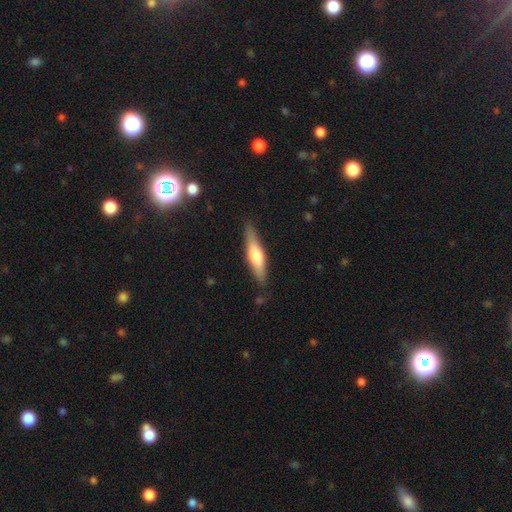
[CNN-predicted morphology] Q: Smooth or featured?
A: smooth (56%); runner-up: featured or disk (38%)
Q: How rounded?
A: cigar-shaped (73%); runner-up: in between (25%)
Q: Merging?
A: none (84%); runner-up: minor disturbance (12%)